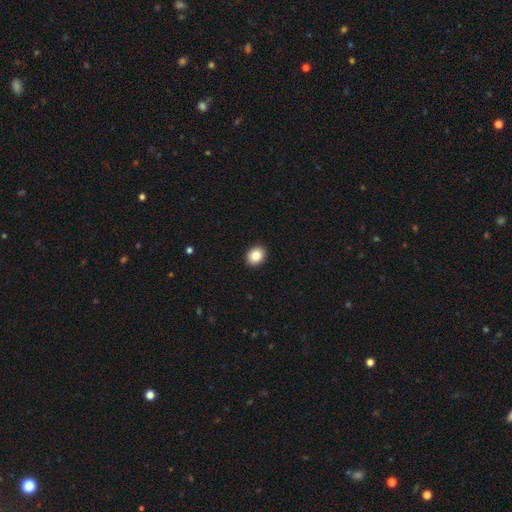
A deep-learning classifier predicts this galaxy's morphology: Smooth or featured: smooth — 84% (star or artifact — 9%)
How rounded: round — 57% (in between — 42%)
Merging: none — 92% (minor disturbance — 5%)